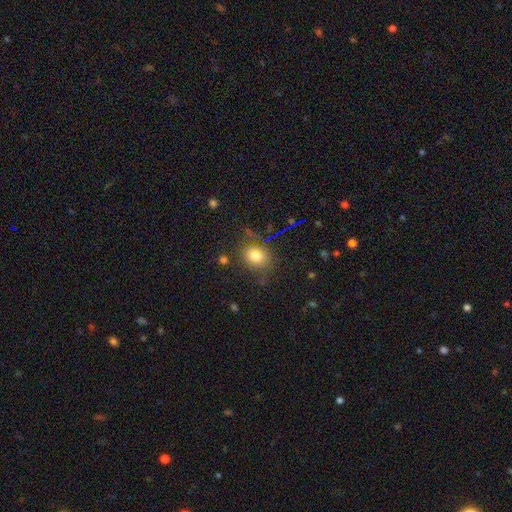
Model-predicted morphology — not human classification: Overall: smooth (77%). How rounded: round (55%; in between 44%). Merging: none (73%).